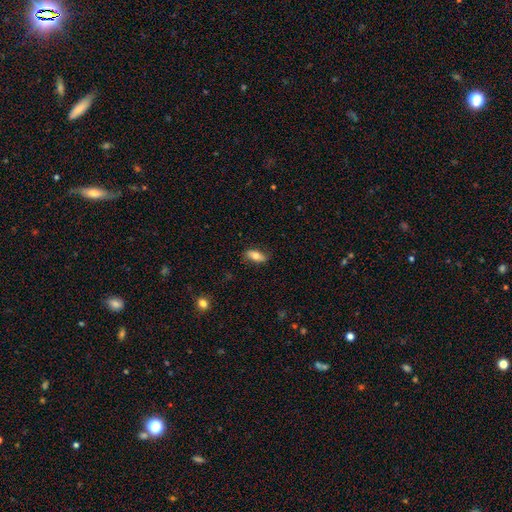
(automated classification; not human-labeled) Morphology: type=smooth (73%); roundness=in between (80%); merging=none (81%).